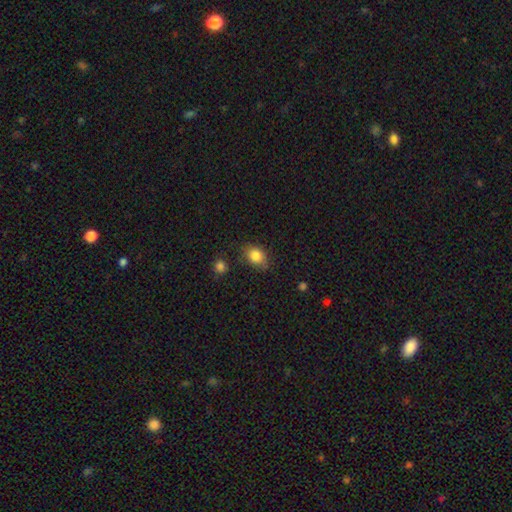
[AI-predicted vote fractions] Smooth or featured? smooth (84%)
How rounded? in between (63%)
Merging? none (74%)